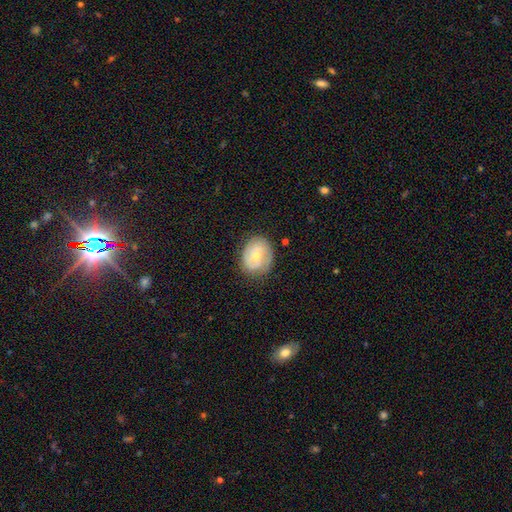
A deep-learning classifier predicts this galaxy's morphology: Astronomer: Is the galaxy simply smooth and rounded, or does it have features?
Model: featured or disk — 54% (runner-up: smooth, 40%).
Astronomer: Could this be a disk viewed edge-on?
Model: no — 97%.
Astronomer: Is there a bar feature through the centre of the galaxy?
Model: no — 70%.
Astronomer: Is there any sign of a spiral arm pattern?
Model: yes — 75%.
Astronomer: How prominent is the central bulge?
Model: small — 54% (runner-up: moderate, 42%).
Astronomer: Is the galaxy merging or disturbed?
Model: none — 75%.